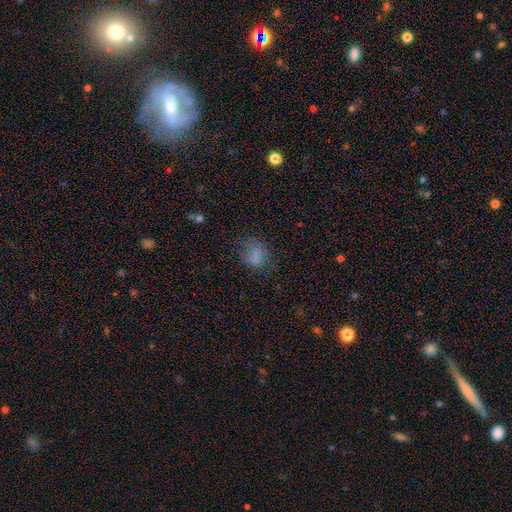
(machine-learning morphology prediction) type=smooth (72%); roundness=in between (54%); merging=none (54%).